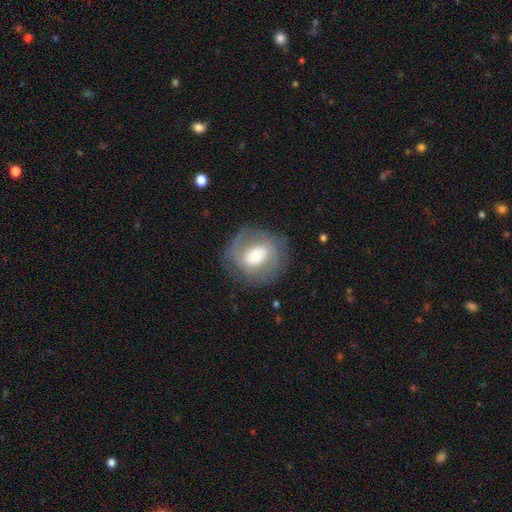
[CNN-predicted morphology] Smooth or featured? Predicted: featured or disk (p=0.59). Edge-on disk? Predicted: no (p=0.96). Bar? Predicted: no (p=0.48). Spiral arms? Predicted: yes (p=0.69). Bulge size? Predicted: moderate (p=0.52). Merging? Predicted: none (p=0.77).